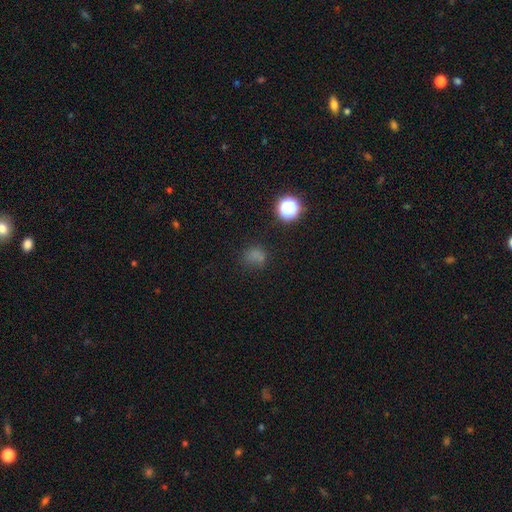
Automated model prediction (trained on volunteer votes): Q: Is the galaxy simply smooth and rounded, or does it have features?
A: smooth — 65%.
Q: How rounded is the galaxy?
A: round — 74%.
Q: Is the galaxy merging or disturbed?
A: none — 64%.